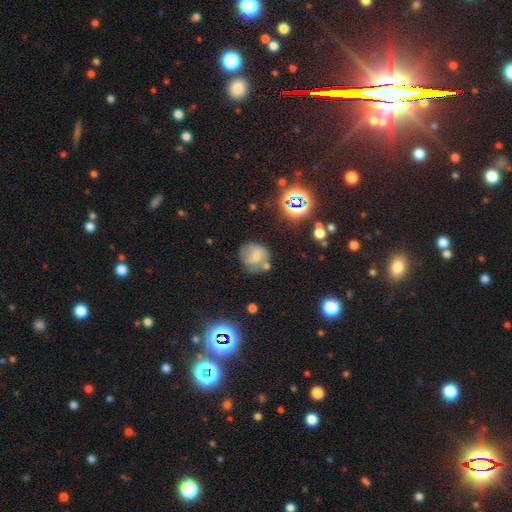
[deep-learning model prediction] Smooth or featured? Predicted: smooth (p=0.53). How rounded? Predicted: round (p=0.79). Merging? Predicted: none (p=0.56).